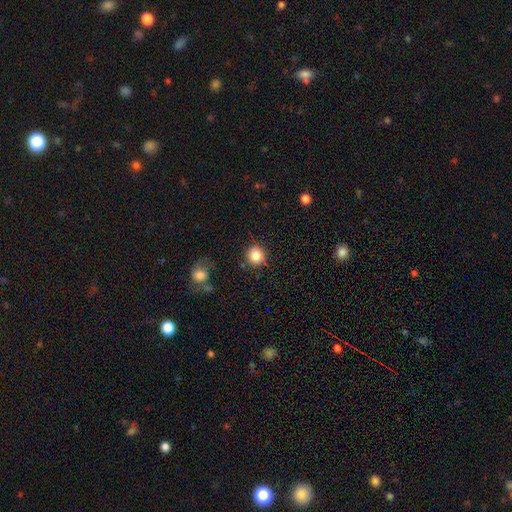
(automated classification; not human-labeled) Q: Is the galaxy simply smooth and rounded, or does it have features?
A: smooth — 85%.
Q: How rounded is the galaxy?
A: round — 91%.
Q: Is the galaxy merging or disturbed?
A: none — 83%.